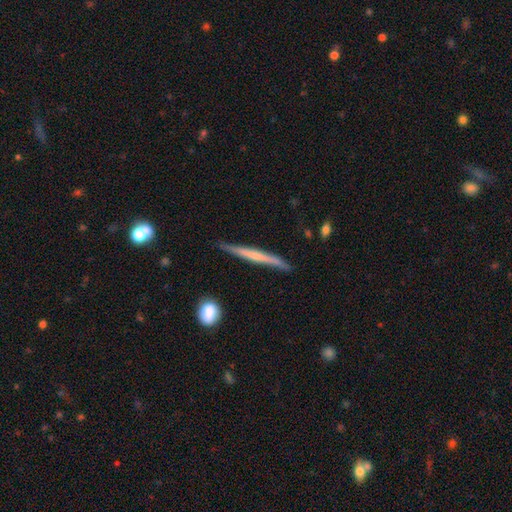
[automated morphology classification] This is possibly a featured or disk galaxy (54%). It is clearly viewed edge-on (96%). Edge-on bulge: likely none (65%). Merging: clearly none (85%).